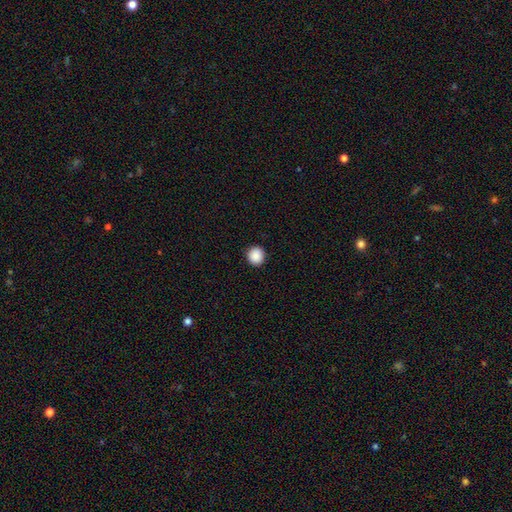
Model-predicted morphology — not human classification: smooth_or_featured: smooth (p=0.89) [alt: star or artifact p=0.08]
how_rounded: round (p=0.91) [alt: in between p=0.08]
merging: none (p=0.93) [alt: minor disturbance p=0.05]